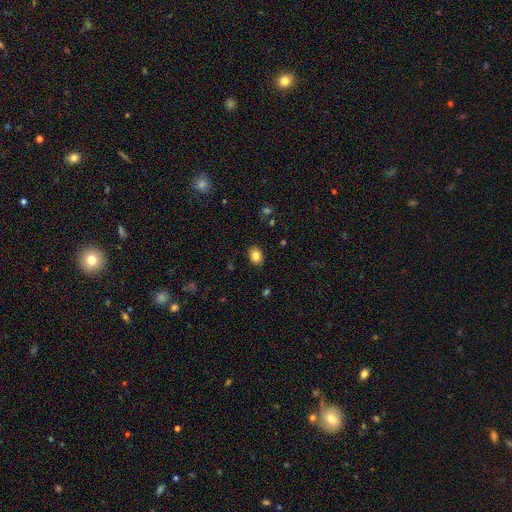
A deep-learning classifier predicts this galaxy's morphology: The model was most divided on "how rounded": in between: 67%, round: 32%, cigar-shaped: 1%. More confident: merging — none (87%); smooth or featured — smooth (83%).